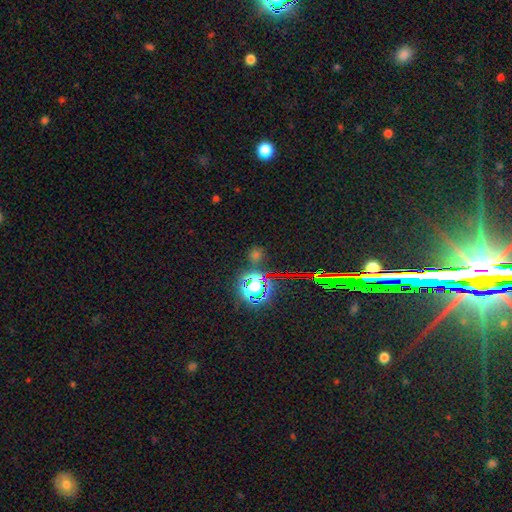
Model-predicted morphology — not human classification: The model was most divided on "smooth or featured": star or artifact: 57%, smooth: 35%, featured or disk: 8%.